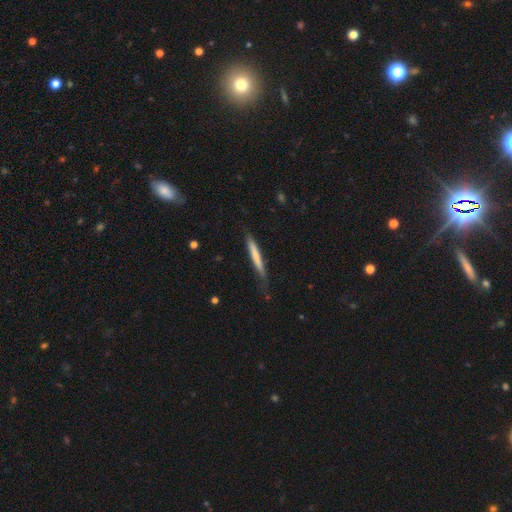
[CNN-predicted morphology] Smooth or featured? Predicted: smooth (p=0.65). How rounded? Predicted: cigar-shaped (p=0.96). Merging? Predicted: none (p=0.73).